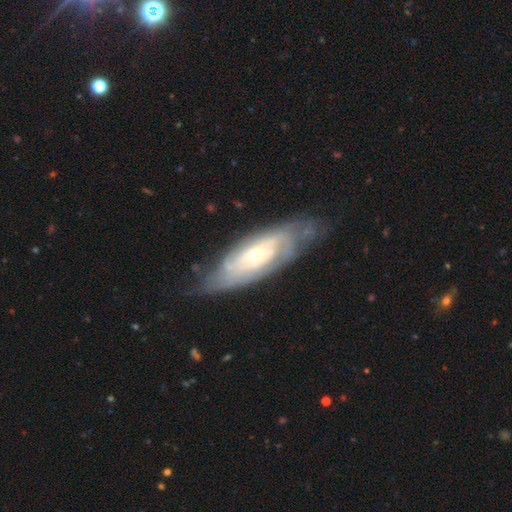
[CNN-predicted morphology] Smooth or featured? featured or disk (76%)
Edge-on disk? no (83%)
Bar? no (73%)
Spiral arms? yes (85%)
Spiral winding? tight (68%)
Spiral arm count? can't tell (59%)
Bulge size? small (59%)
Merging? none (69%)